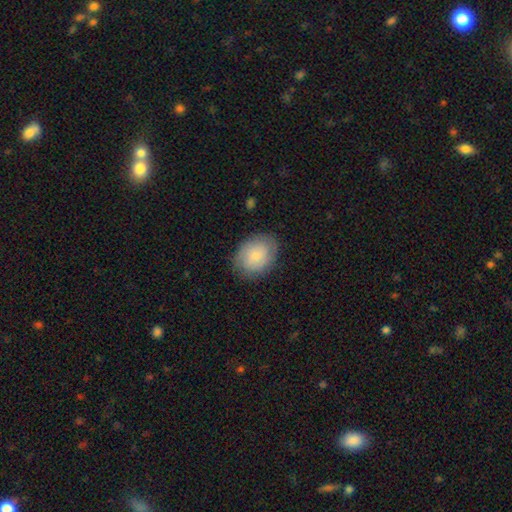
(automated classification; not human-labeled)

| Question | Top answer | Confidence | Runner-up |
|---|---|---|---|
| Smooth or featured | smooth | 67% | featured or disk (25%) |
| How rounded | in between | 65% | round (34%) |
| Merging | none | 81% | minor disturbance (14%) |